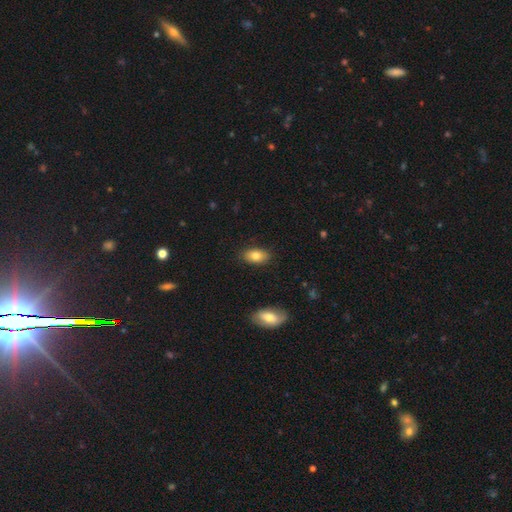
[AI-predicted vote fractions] This is clearly a smooth galaxy (82%). How rounded: clearly in between (91%). Merging: clearly none (86%).